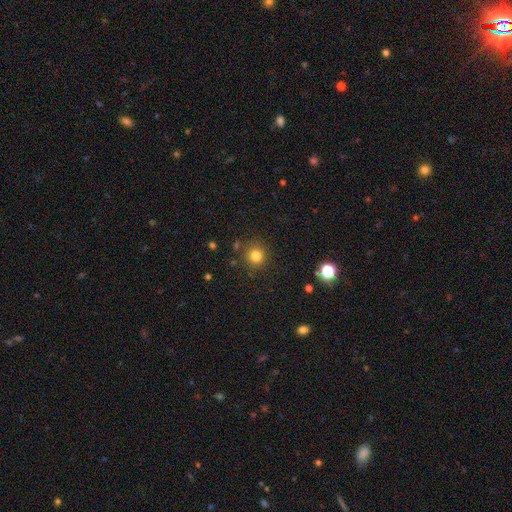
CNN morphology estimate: This is clearly a smooth galaxy (80%). How rounded: clearly round (92%). Merging: clearly none (85%).